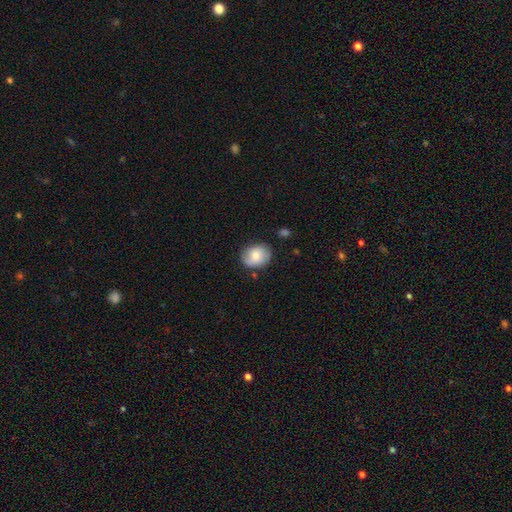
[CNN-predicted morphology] Overall: smooth (76%). How rounded: round (50%; in between 49%). Merging: none (76%).